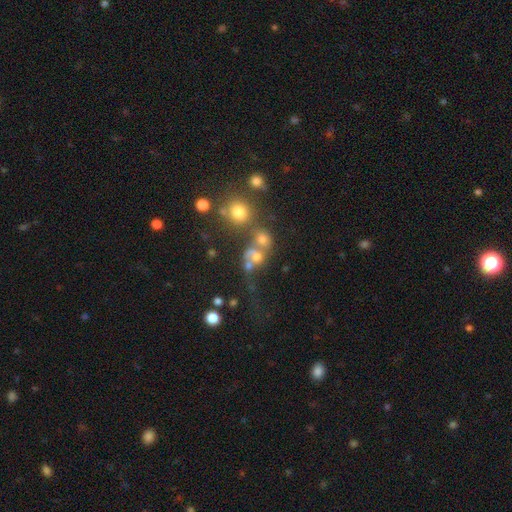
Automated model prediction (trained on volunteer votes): smooth_or_featured: smooth (p=0.59) [alt: featured or disk p=0.22]
how_rounded: round (p=0.68) [alt: in between p=0.30]
merging: merger (p=0.45) [alt: none p=0.31]